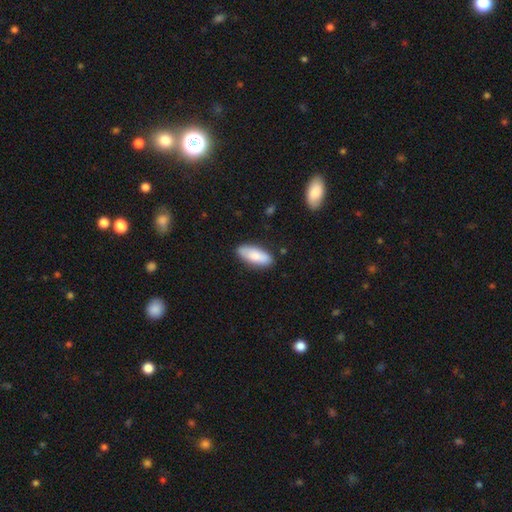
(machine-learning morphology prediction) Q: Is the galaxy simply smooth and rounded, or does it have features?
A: smooth — 80%.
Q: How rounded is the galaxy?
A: in between — 78%.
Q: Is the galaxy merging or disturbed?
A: none — 85%.